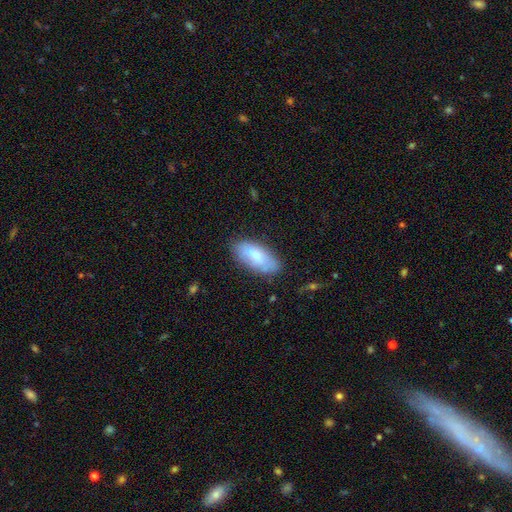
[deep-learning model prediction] This is likely a smooth galaxy (68%). How rounded: clearly in between (87%). Merging: likely none (68%).